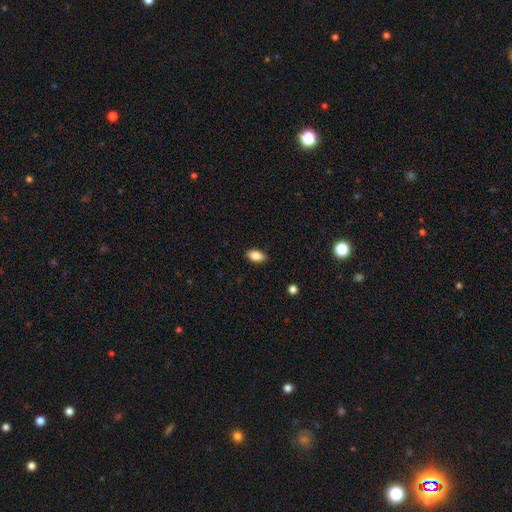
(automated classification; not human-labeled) Overall: smooth (85%). How rounded: in between (90%). Merging: none (87%).